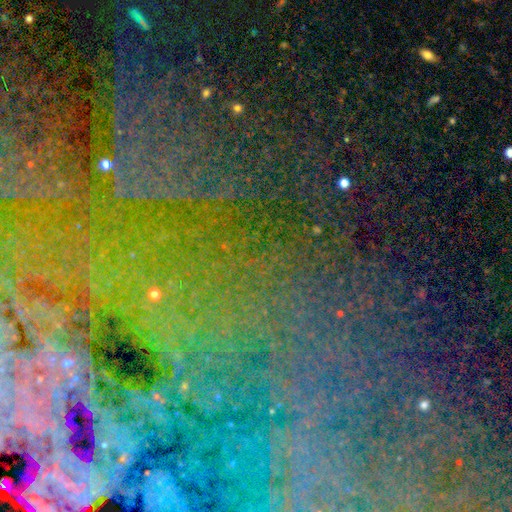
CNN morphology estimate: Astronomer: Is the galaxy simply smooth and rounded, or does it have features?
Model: star or artifact — 74%.